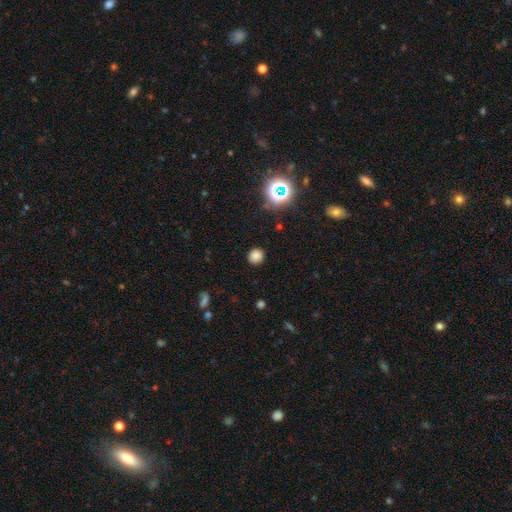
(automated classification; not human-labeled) A smooth galaxy with no disk features (79%) that is round (82%).

Vote fractions:
- Smooth or featured? smooth: 79% / star or artifact: 17% / featured or disk: 4%
- How rounded? round: 82% / in between: 17% / cigar-shaped: 1%
- Merging? none: 88% / minor disturbance: 8% / major disturbance: 3% / merger: 1%